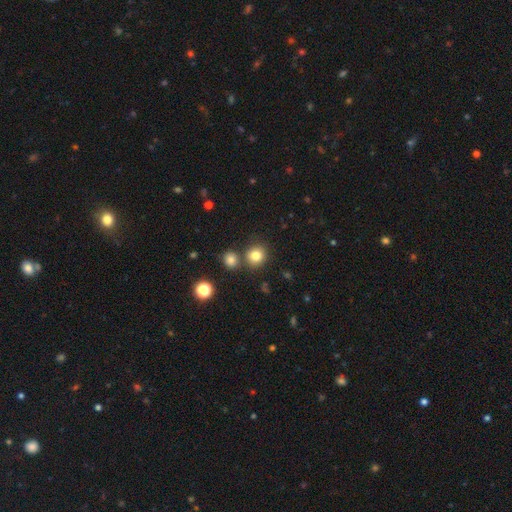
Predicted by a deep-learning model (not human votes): smooth_or_featured: smooth (p=0.80) [alt: star or artifact p=0.13]
how_rounded: round (p=0.86) [alt: in between p=0.13]
merging: none (p=0.75) [alt: merger p=0.13]